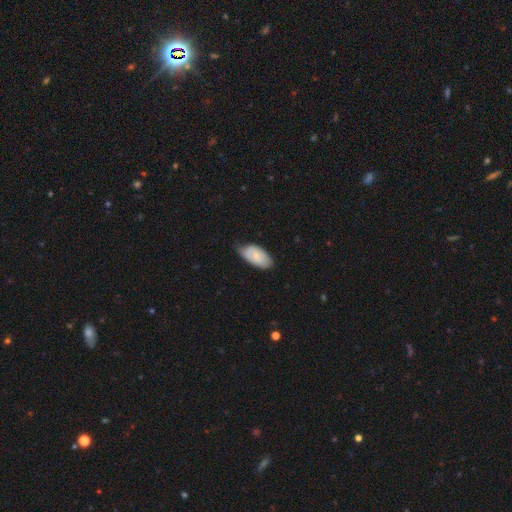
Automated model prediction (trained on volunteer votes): smooth 66%, featured or disk 28%, star or artifact 6%. Down the decision tree: how rounded — in between (94%); merging — none (58%).